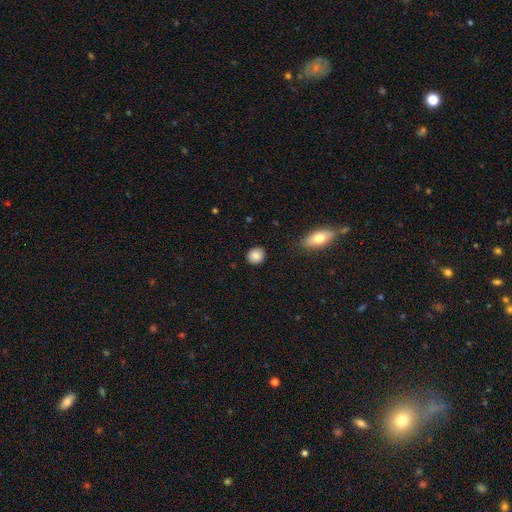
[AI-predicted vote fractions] A smooth galaxy with no disk features (87%) that is round (80%).

Vote fractions:
- Smooth or featured? smooth: 87% / star or artifact: 8% / featured or disk: 5%
- How rounded? round: 80% / in between: 18% / cigar-shaped: 1%
- Merging? none: 89% / minor disturbance: 8% / major disturbance: 2% / merger: 1%